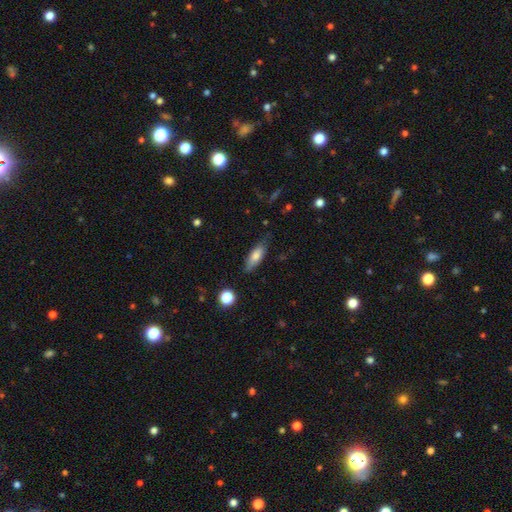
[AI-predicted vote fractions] A smooth galaxy with no disk features (75%) that is in between round and cigar-shaped (66%). Merging: none (74%).